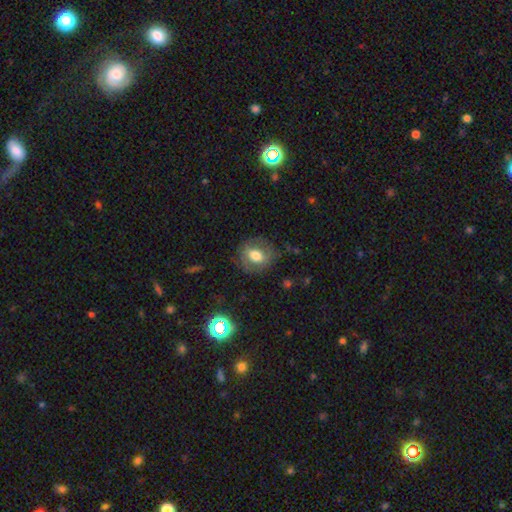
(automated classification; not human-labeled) A smooth galaxy with no disk features (58%) that is round (65%).

Vote fractions:
- Smooth or featured? smooth: 58% / featured or disk: 33% / star or artifact: 9%
- How rounded? round: 65% / in between: 34% / cigar-shaped: 1%
- Merging? none: 72% / minor disturbance: 18% / major disturbance: 9% / merger: 1%